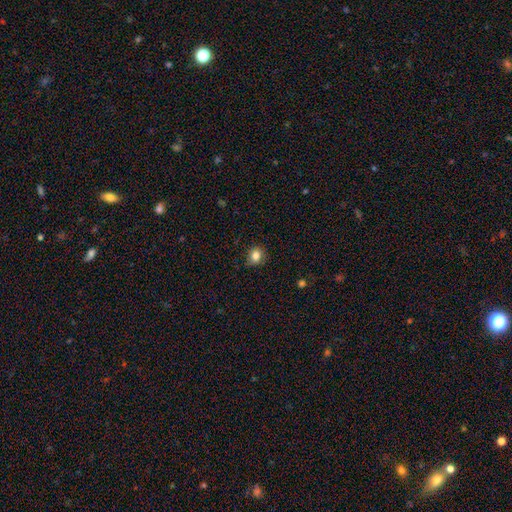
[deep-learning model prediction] A smooth galaxy with no disk features (83%) that is round (65%). Merging: none (82%).